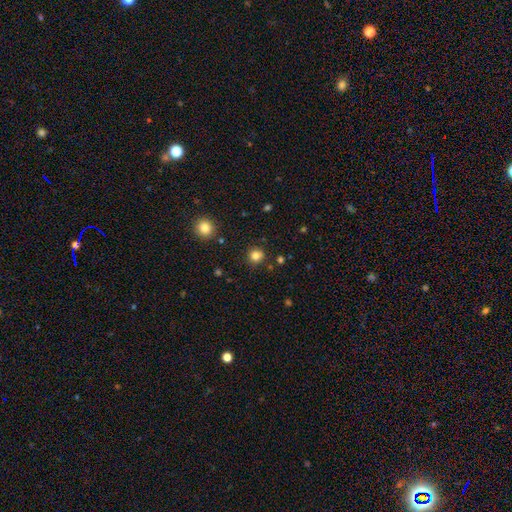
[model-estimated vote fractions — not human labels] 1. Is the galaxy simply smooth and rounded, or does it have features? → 82% smooth, 13% star or artifact, 5% featured or disk.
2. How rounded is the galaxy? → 89% round, 10% in between, 1% cigar-shaped.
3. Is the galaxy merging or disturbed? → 87% none, 8% minor disturbance, 2% merger, 2% major disturbance.